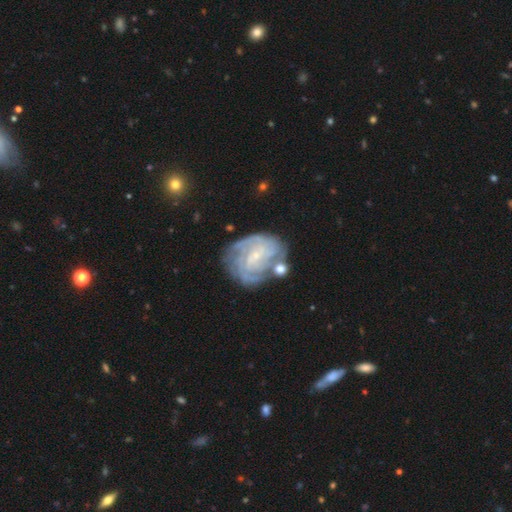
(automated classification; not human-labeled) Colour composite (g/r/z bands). It shows a featured or disk galaxy (83%) with no bar (45%), tight (69%) spiral arms (94%) and a small central bulge (78%). Merging: none (62%).